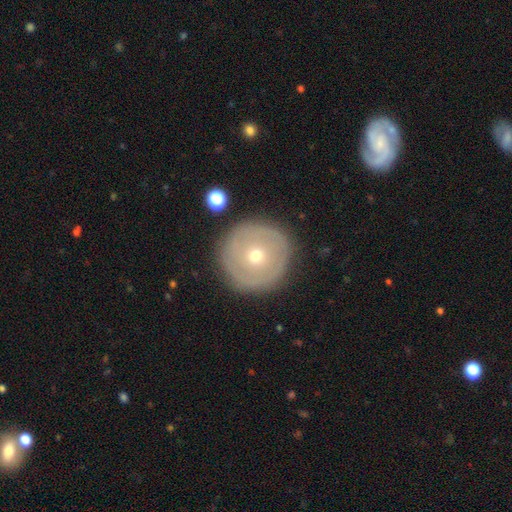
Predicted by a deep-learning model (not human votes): The model was most divided on "smooth or featured": featured or disk: 51%, smooth: 41%, star or artifact: 8%. More confident: edge-on disk — no (95%); merging — none (85%).